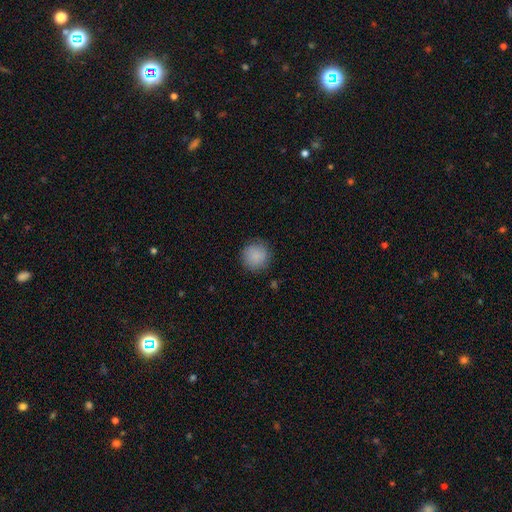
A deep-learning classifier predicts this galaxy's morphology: Smooth or featured: smooth — 87% (star or artifact — 7%)
How rounded: round — 94% (in between — 5%)
Merging: none — 85% (minor disturbance — 11%)